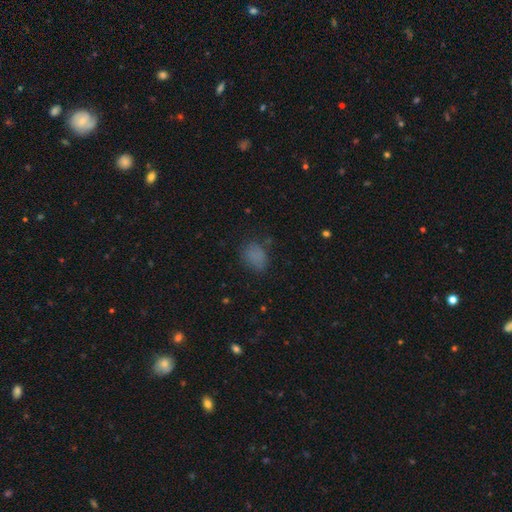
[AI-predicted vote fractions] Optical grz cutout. It shows a smooth galaxy with no disk features (76%) that is in between round and cigar-shaped (69%). Merging: none (64%).